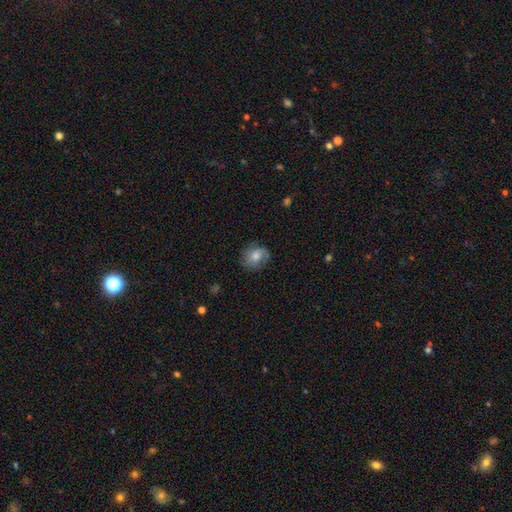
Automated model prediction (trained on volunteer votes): Smooth or featured? smooth (59%)
How rounded? round (69%)
Merging? none (71%)